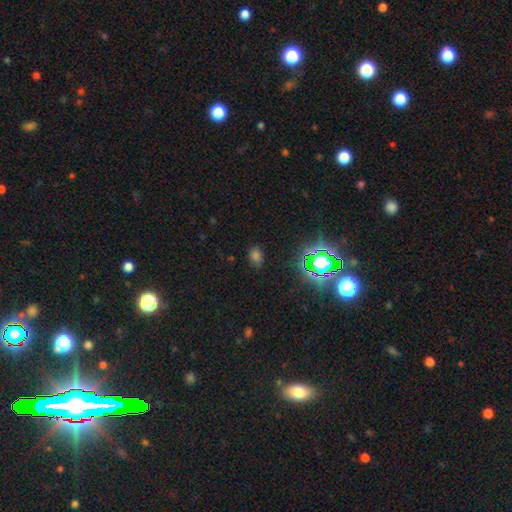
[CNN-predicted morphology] Smooth or featured: smooth — 48% (star or artifact — 44%)
Merging: none — 81% (minor disturbance — 12%)